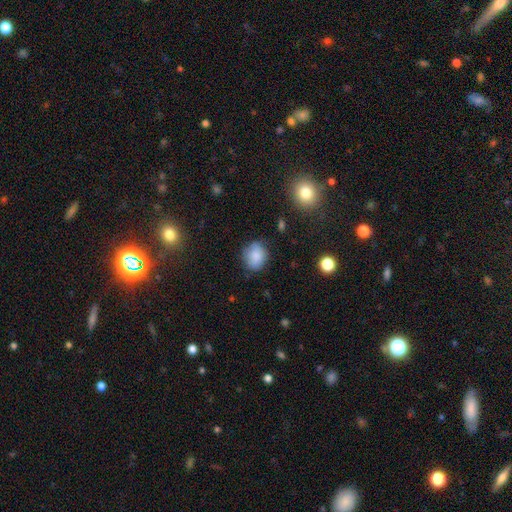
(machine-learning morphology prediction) Smooth or featured? Predicted: smooth (p=0.83). How rounded? Predicted: round (p=0.58). Merging? Predicted: none (p=0.75).